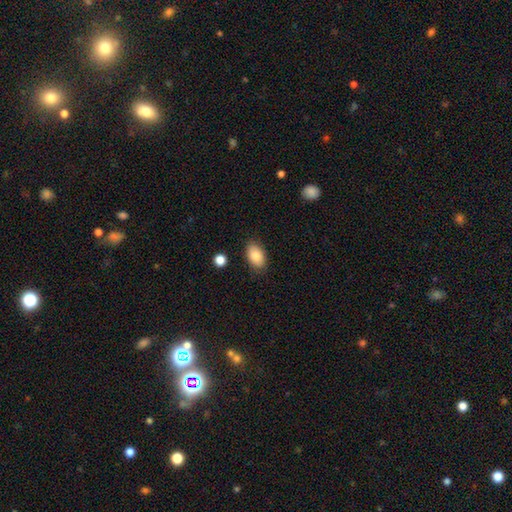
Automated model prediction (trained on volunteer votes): Smooth or featured? smooth (85%)
How rounded? in between (91%)
Merging? none (84%)